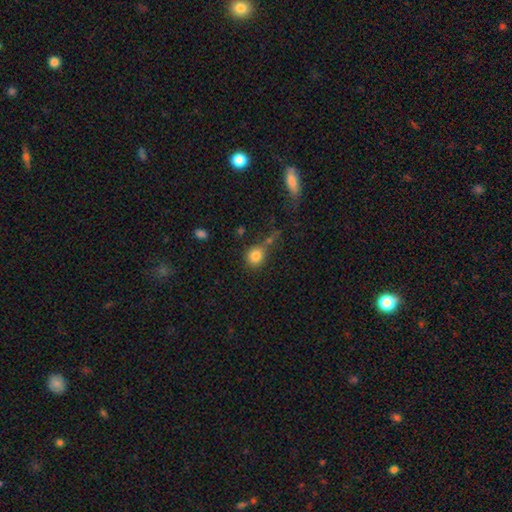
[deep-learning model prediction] The model was most divided on "merging": none: 56%, merger: 20%, minor disturbance: 15%, major disturbance: 9%. More confident: smooth or featured — smooth (82%); how rounded — round (81%).